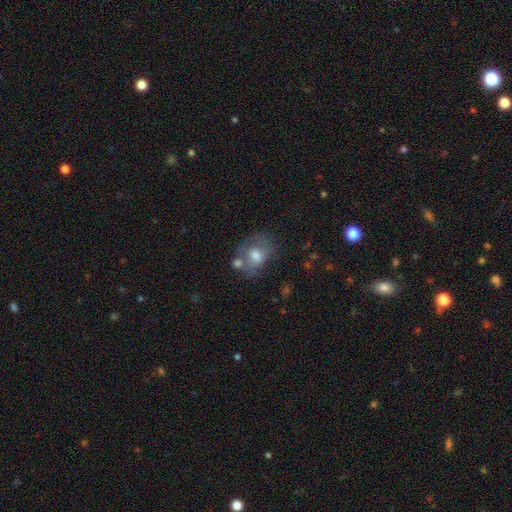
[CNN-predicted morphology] This is likely a smooth galaxy (61%). How rounded: possibly in between (53%). Merging: possibly none (46%).